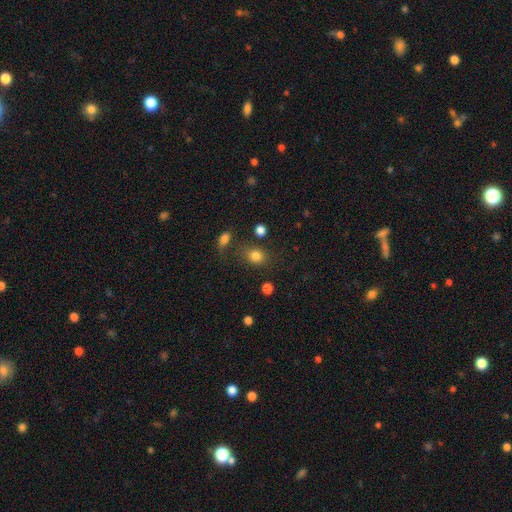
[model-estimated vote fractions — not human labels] Smooth or featured?
  - smooth: 81% *
  - star or artifact: 13%
  - featured or disk: 6%
How rounded?
  - round: 54% *
  - in between: 44%
  - cigar-shaped: 1%
Merging?
  - none: 70% *
  - minor disturbance: 15%
  - merger: 8%
  - major disturbance: 7%